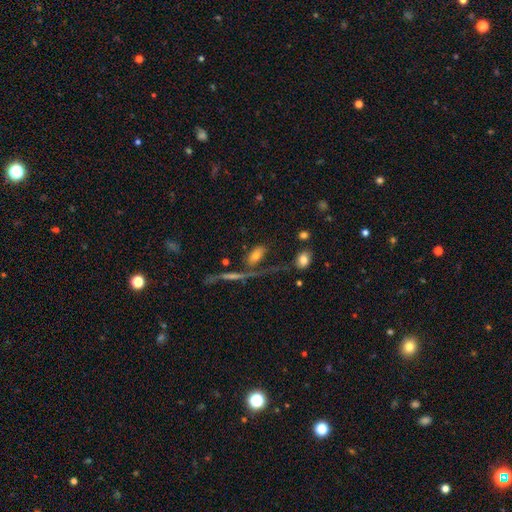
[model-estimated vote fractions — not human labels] Smooth or featured? smooth (65%)
How rounded? in between (84%)
Merging? none (50%)